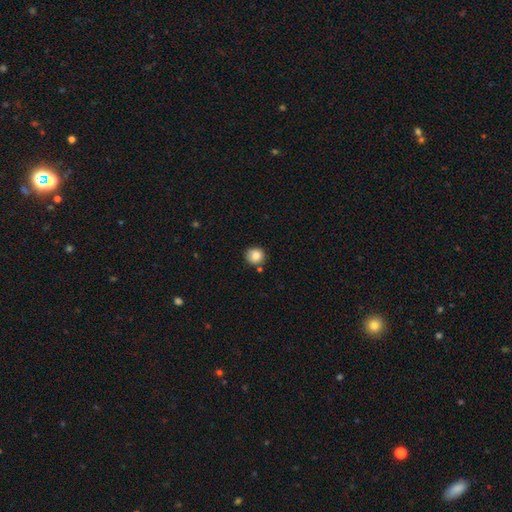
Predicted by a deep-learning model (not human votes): Morphology: type=smooth (84%); roundness=round (91%); merging=none (82%).